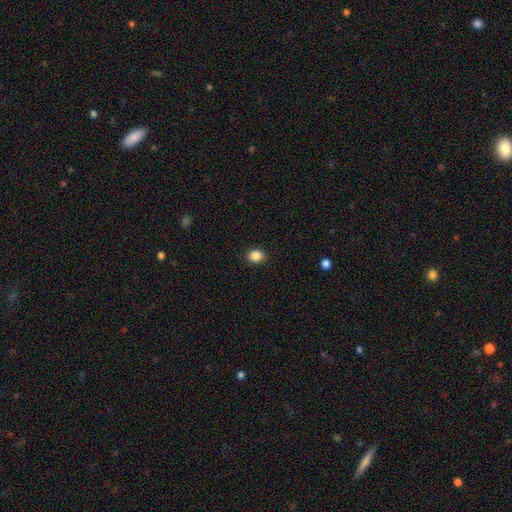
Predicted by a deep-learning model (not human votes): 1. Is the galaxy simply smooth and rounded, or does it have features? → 86% smooth, 10% star or artifact, 4% featured or disk.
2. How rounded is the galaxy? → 70% round, 29% in between, 1% cigar-shaped.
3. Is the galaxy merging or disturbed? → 90% none, 7% minor disturbance, 2% major disturbance, 1% merger.